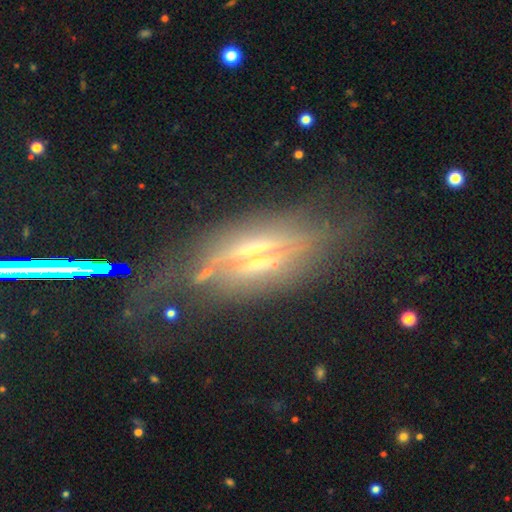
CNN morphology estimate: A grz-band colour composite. It shows a featured or disk galaxy (72%) viewed edge-on (79%) with a rounded central bulge (67%). Merging: none (53%).